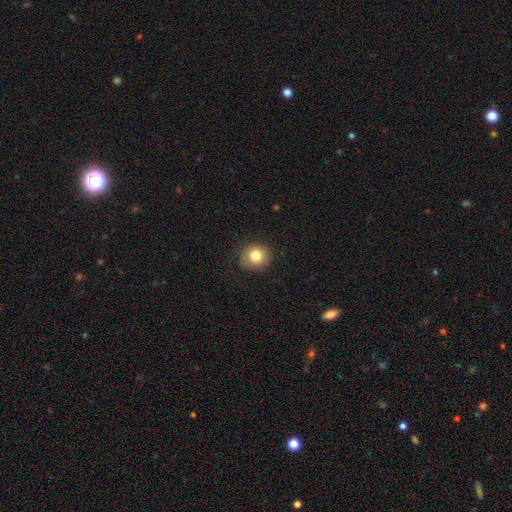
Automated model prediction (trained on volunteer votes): Smooth or featured?
  - smooth: 82% *
  - star or artifact: 10%
  - featured or disk: 8%
How rounded?
  - round: 87% *
  - in between: 12%
  - cigar-shaped: 1%
Merging?
  - none: 83% *
  - minor disturbance: 12%
  - major disturbance: 3%
  - merger: 1%